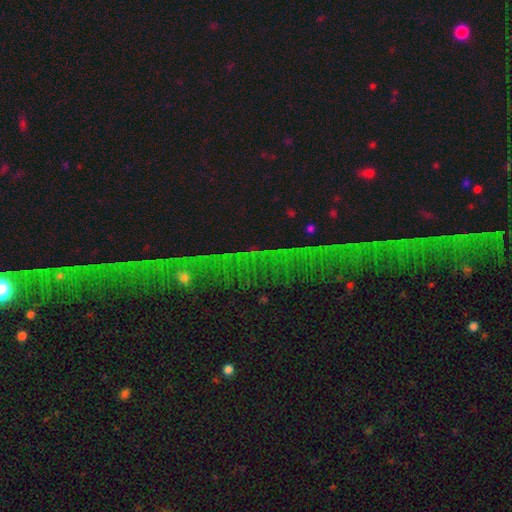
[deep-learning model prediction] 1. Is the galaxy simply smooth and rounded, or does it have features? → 79% star or artifact, 11% featured or disk, 10% smooth.